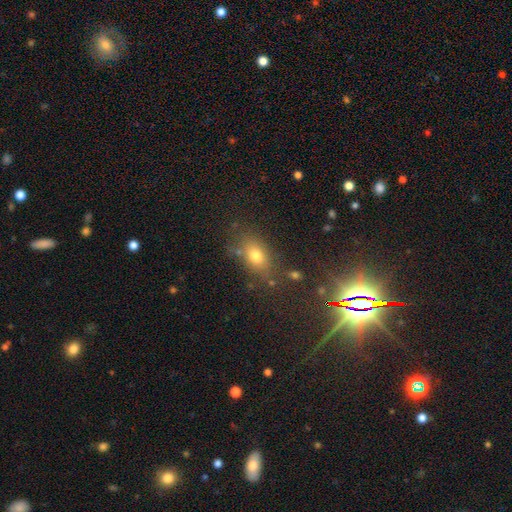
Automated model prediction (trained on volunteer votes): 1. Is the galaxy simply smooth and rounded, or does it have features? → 67% smooth, 20% star or artifact, 13% featured or disk.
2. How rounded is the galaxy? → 72% in between, 24% round, 4% cigar-shaped.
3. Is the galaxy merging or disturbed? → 74% none, 15% minor disturbance, 6% merger, 6% major disturbance.